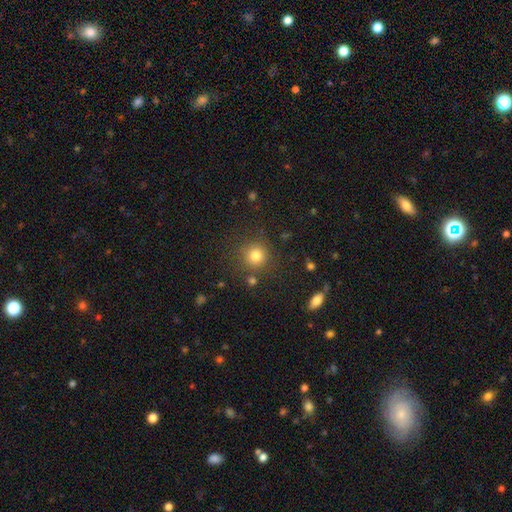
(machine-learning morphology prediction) Smooth or featured? smooth (79%)
How rounded? round (93%)
Merging? none (83%)